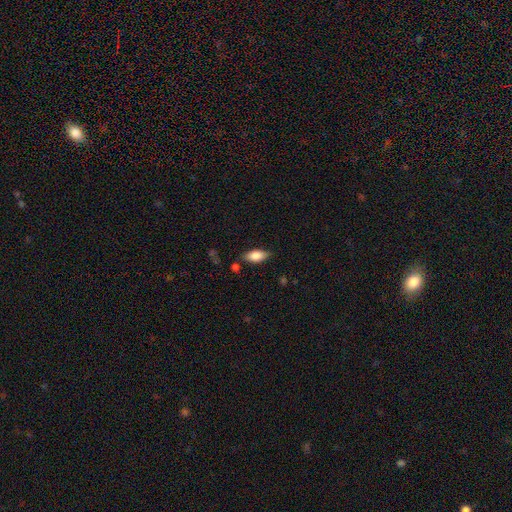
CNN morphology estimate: Smooth or featured?
  - smooth: 82% *
  - featured or disk: 11%
  - star or artifact: 7%
How rounded?
  - in between: 87% *
  - cigar-shaped: 10%
  - round: 3%
Merging?
  - none: 79% *
  - minor disturbance: 15%
  - major disturbance: 3%
  - merger: 3%